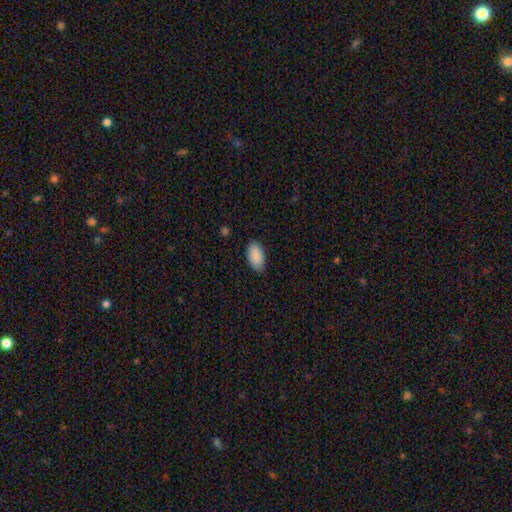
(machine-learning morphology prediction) A smooth galaxy with no disk features (90%) that is in between round and cigar-shaped (95%).

Vote fractions:
- Smooth or featured? smooth: 90% / star or artifact: 6% / featured or disk: 4%
- How rounded? in between: 95% / round: 3% / cigar-shaped: 2%
- Merging? none: 80% / minor disturbance: 17% / major disturbance: 3% / merger: 1%